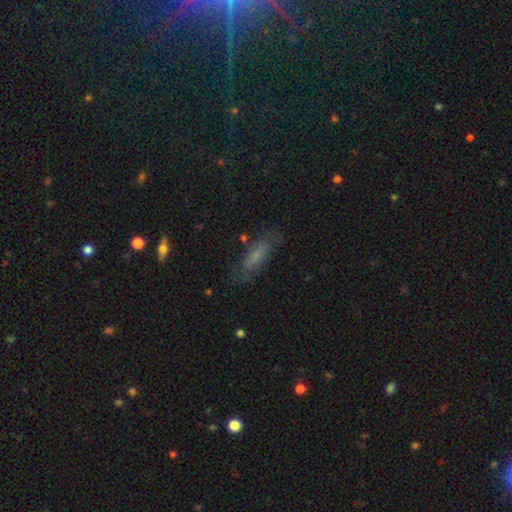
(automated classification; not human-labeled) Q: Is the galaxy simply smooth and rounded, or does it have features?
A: smooth — 68%.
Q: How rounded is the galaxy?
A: cigar-shaped — 57%.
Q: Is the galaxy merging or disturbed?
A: none — 77%.